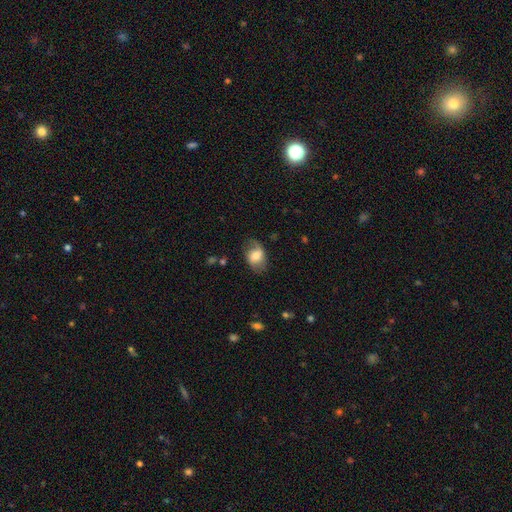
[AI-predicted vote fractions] Smooth or featured?
  - smooth: 64% *
  - featured or disk: 28%
  - star or artifact: 8%
How rounded?
  - in between: 77% *
  - round: 22%
  - cigar-shaped: 1%
Merging?
  - none: 62% *
  - minor disturbance: 26%
  - major disturbance: 11%
  - merger: 2%